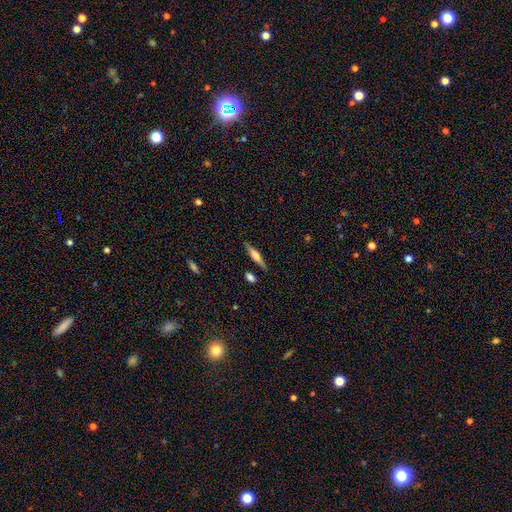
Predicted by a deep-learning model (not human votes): Q: Smooth or featured?
A: featured or disk (60%); runner-up: smooth (33%)
Q: Edge-on disk?
A: yes (96%); runner-up: no (4%)
Q: Edge-on bulge?
A: rounded (88%); runner-up: boxy (8%)
Q: Merging?
A: none (88%); runner-up: minor disturbance (8%)